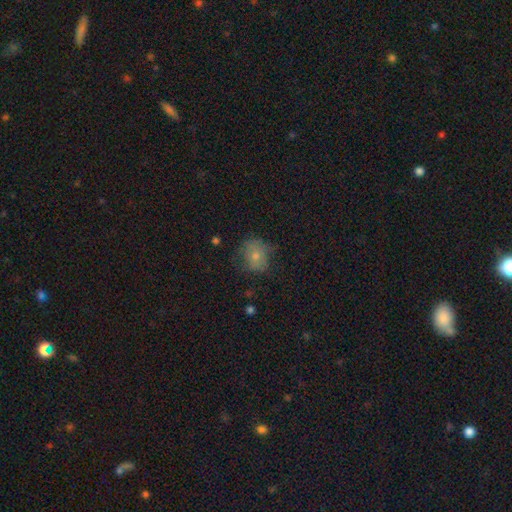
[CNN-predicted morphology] Smooth or featured? Predicted: smooth (p=0.67). How rounded? Predicted: round (p=0.66). Merging? Predicted: none (p=0.59).